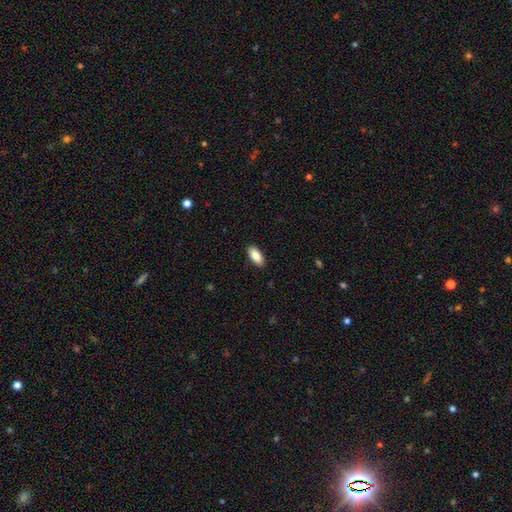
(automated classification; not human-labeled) smooth_or_featured: smooth (p=0.87) [alt: featured or disk p=0.07]
how_rounded: in between (p=0.88) [alt: cigar-shaped p=0.10]
merging: none (p=0.90) [alt: minor disturbance p=0.07]